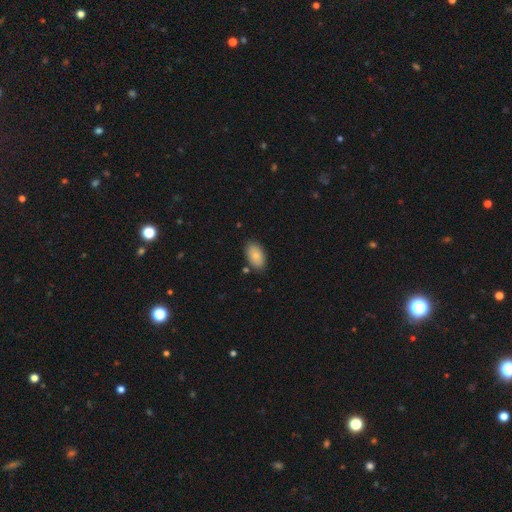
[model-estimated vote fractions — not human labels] smooth_or_featured: smooth (p=0.83) [alt: featured or disk p=0.10]
how_rounded: in between (p=0.93) [alt: round p=0.05]
merging: none (p=0.82) [alt: minor disturbance p=0.12]